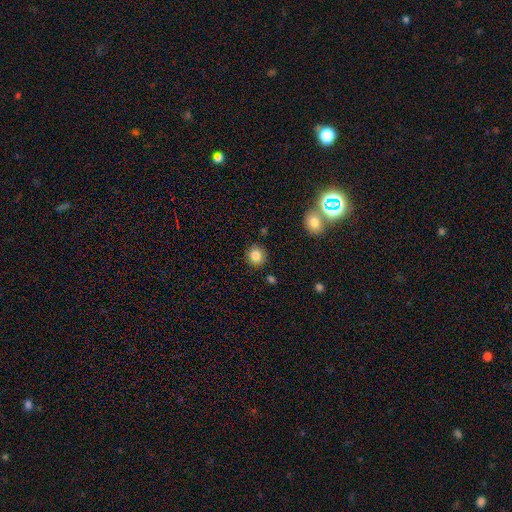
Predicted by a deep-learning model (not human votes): Overall: smooth (84%). How rounded: round (88%). Merging: none (86%).